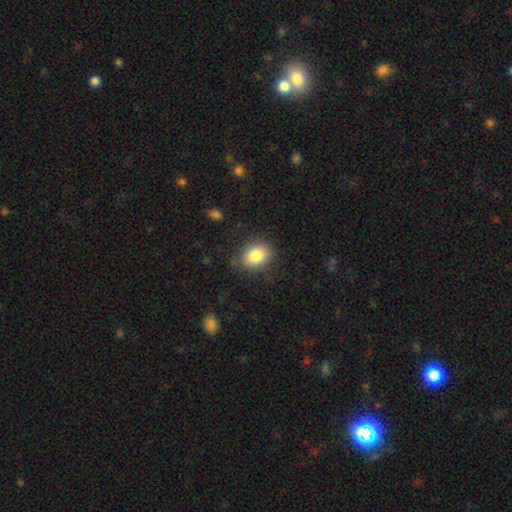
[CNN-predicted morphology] Smooth or featured?
  - smooth: 83% *
  - star or artifact: 9%
  - featured or disk: 8%
How rounded?
  - in between: 53% *
  - round: 47%
  - cigar-shaped: 1%
Merging?
  - none: 83% *
  - minor disturbance: 12%
  - major disturbance: 4%
  - merger: 1%